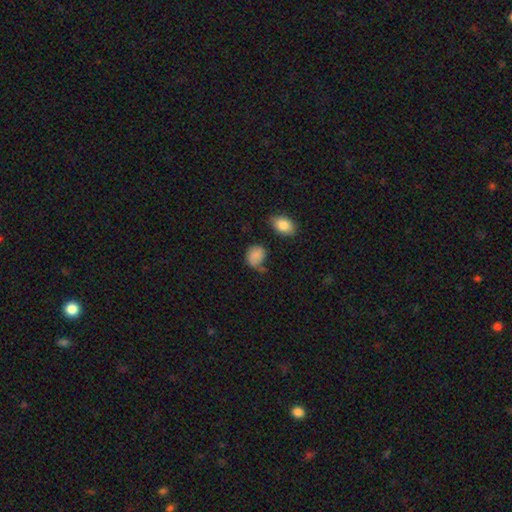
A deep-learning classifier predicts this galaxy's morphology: The model was most divided on "how rounded": round: 54%, in between: 45%, cigar-shaped: 1%. More confident: smooth or featured — smooth (83%); merging — none (53%).